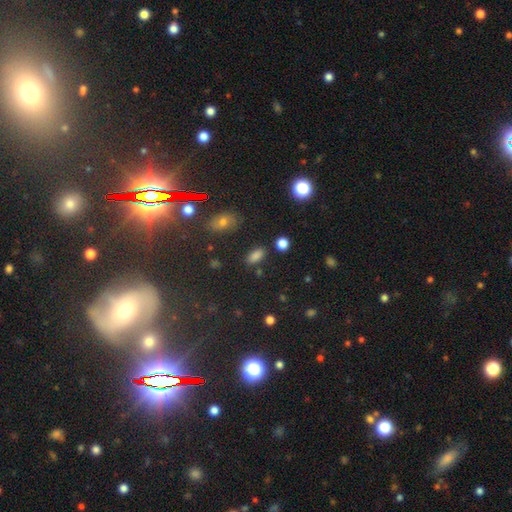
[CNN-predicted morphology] Q: Smooth or featured?
A: smooth (77%); runner-up: star or artifact (17%)
Q: How rounded?
A: in between (86%); runner-up: round (7%)
Q: Merging?
A: none (81%); runner-up: minor disturbance (11%)